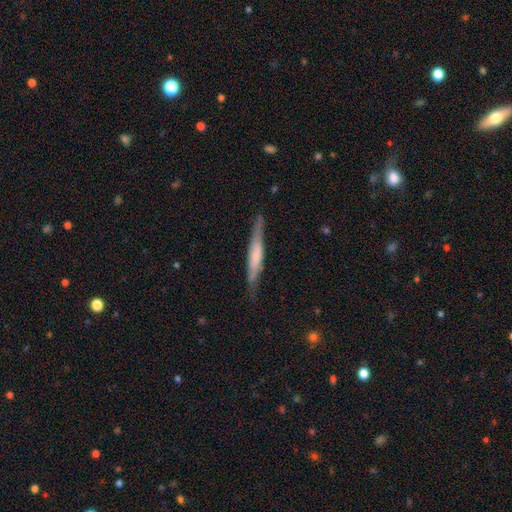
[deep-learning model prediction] The model was most divided on "smooth or featured": featured or disk: 51%, smooth: 43%, star or artifact: 6%. More confident: edge-on disk — yes (92%); merging — none (78%).